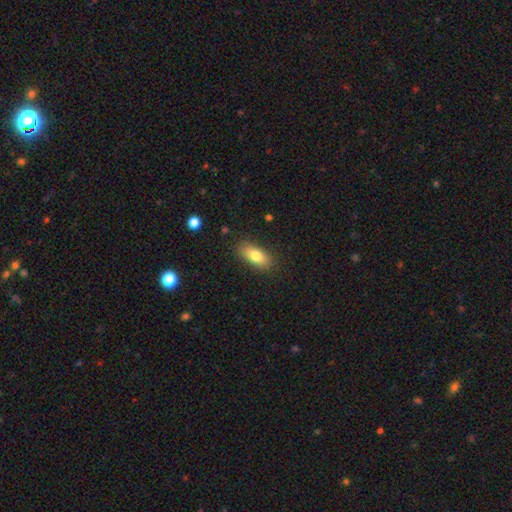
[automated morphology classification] Q: Smooth or featured?
A: smooth (80%); runner-up: featured or disk (13%)
Q: How rounded?
A: in between (84%); runner-up: cigar-shaped (12%)
Q: Merging?
A: none (85%); runner-up: minor disturbance (11%)